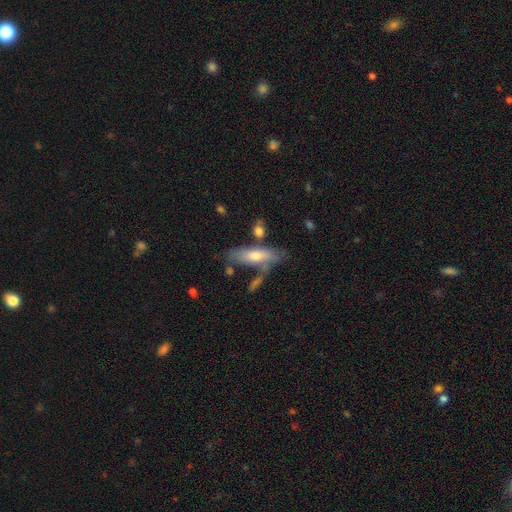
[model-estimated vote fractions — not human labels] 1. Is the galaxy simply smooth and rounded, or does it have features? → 57% smooth, 36% featured or disk, 7% star or artifact.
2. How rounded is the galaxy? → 52% cigar-shaped, 45% in between, 2% round.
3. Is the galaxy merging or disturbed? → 54% none, 21% minor disturbance, 16% merger, 9% major disturbance.